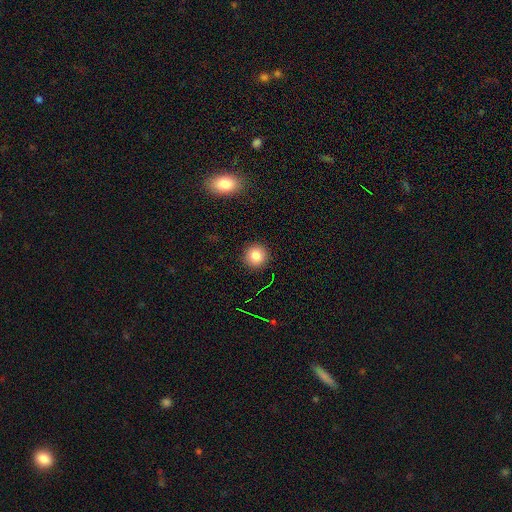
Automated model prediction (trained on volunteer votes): A smooth galaxy with no disk features (81%) that is round (95%).

Vote fractions:
- Smooth or featured? smooth: 81% / star or artifact: 12% / featured or disk: 7%
- How rounded? round: 95% / in between: 5% / cigar-shaped: 1%
- Merging? none: 92% / minor disturbance: 5% / major disturbance: 2% / merger: 1%